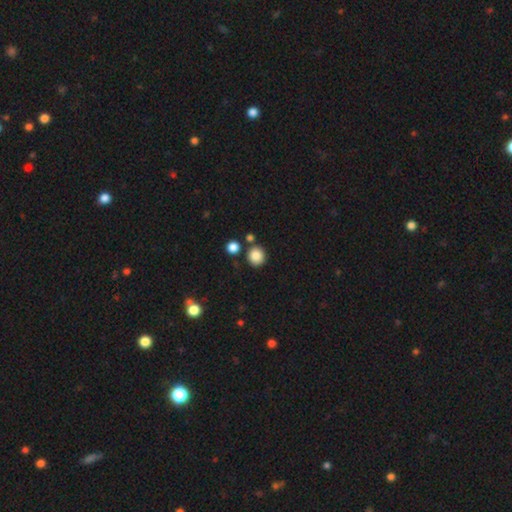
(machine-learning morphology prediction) smooth 86%, star or artifact 10%, featured or disk 5%. Down the decision tree: how rounded — round (88%); merging — none (80%).